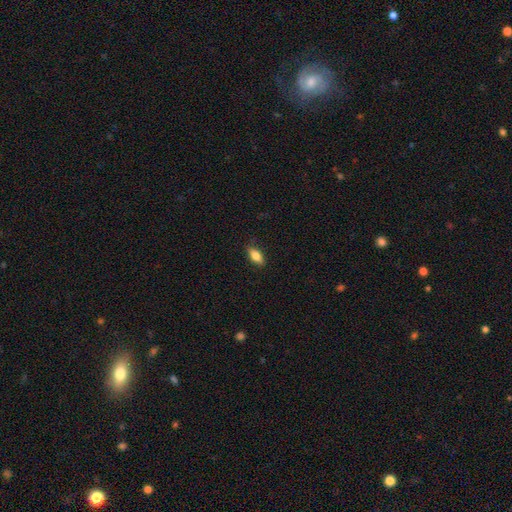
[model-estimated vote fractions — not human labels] Q: Smooth or featured?
A: smooth (82%); runner-up: featured or disk (11%)
Q: How rounded?
A: in between (84%); runner-up: cigar-shaped (12%)
Q: Merging?
A: none (85%); runner-up: minor disturbance (12%)